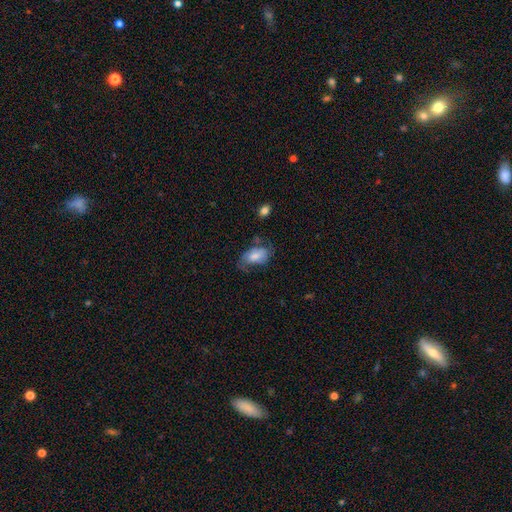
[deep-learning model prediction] A smooth galaxy with no disk features (60%) that is in between round and cigar-shaped (90%).

Vote fractions:
- Smooth or featured? smooth: 60% / featured or disk: 32% / star or artifact: 8%
- How rounded? in between: 90% / round: 7% / cigar-shaped: 2%
- Merging? none: 44% / minor disturbance: 31% / major disturbance: 21% / merger: 4%